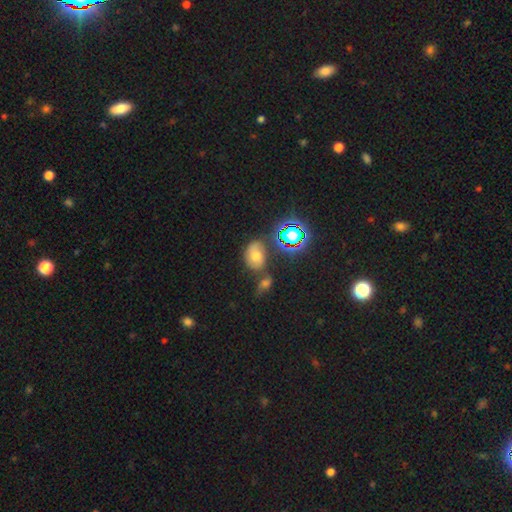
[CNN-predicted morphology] Smooth or featured? Predicted: smooth (p=0.51). How rounded? Predicted: in between (p=0.71). Merging? Predicted: none (p=0.45).